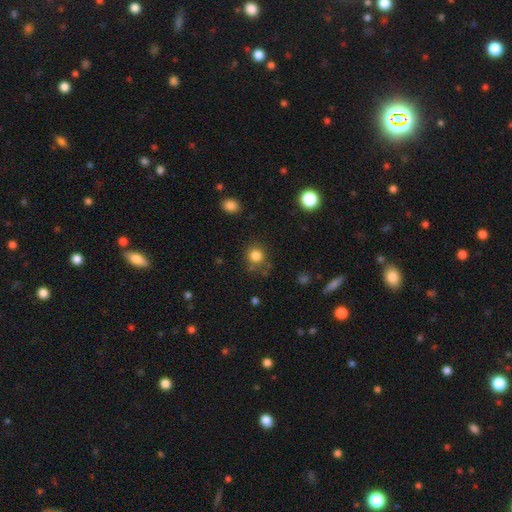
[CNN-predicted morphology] Q: Smooth or featured?
A: smooth (83%); runner-up: star or artifact (12%)
Q: How rounded?
A: round (87%); runner-up: in between (12%)
Q: Merging?
A: none (76%); runner-up: minor disturbance (15%)